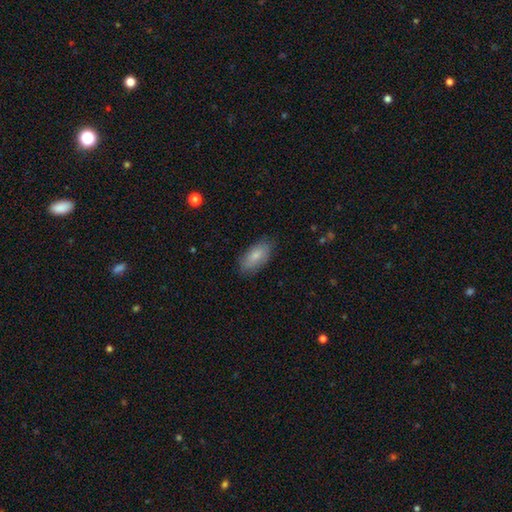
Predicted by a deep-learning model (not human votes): A smooth galaxy with no disk features (80%) that is in between round and cigar-shaped (91%). Merging: none (81%).